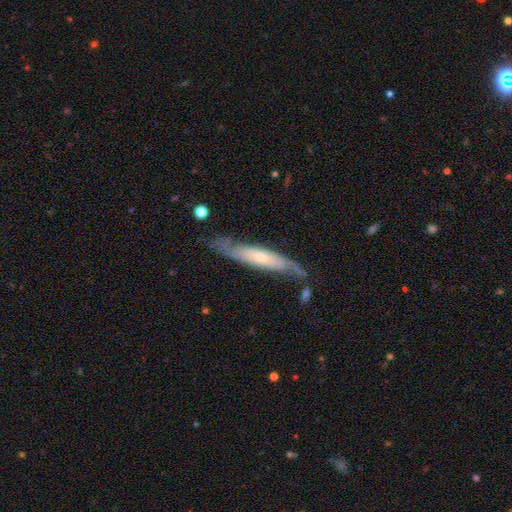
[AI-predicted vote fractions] smooth-or-featured: featured or disk: 69% | smooth: 24% | star or artifact: 7%
  disk-edge-on: yes: 55% | no: 45%
  merging: none: 70% | minor disturbance: 20% | major disturbance: 6% | merger: 3%